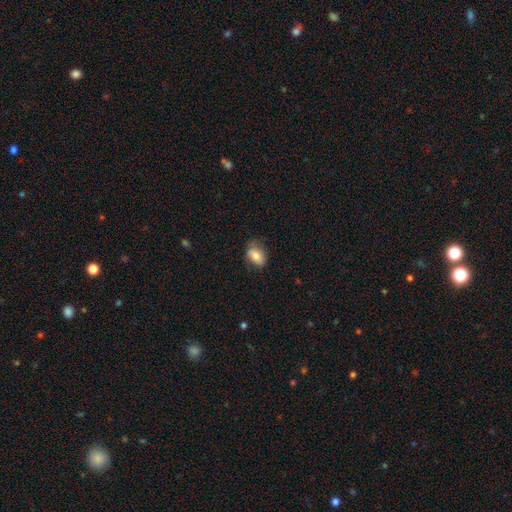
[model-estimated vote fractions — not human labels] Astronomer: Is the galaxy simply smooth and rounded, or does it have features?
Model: smooth — 77%.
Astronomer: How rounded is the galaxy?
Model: in between — 84%.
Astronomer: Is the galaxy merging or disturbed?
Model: none — 66%.